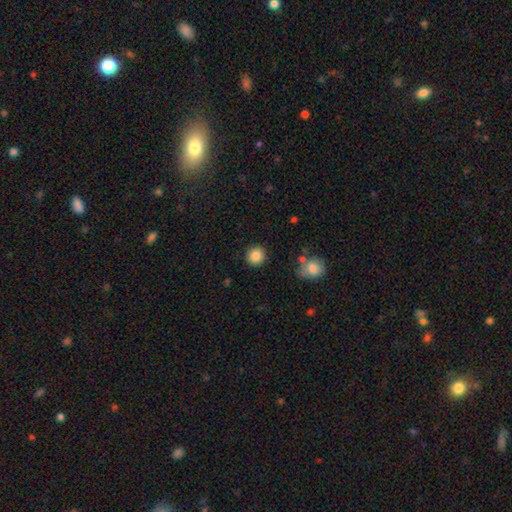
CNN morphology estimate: This appears to be a smooth galaxy with no disk features (86%) that is round (92%). Merging: none (89%).